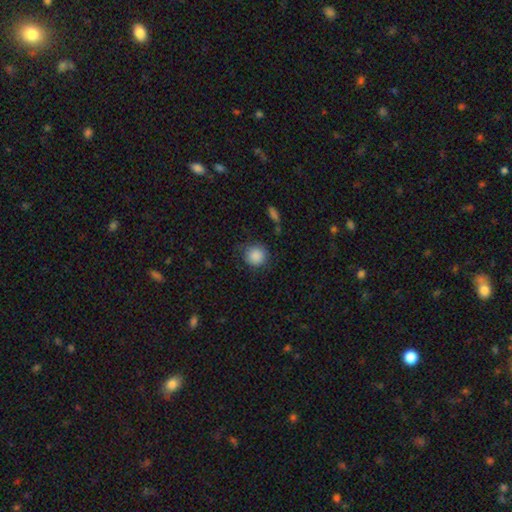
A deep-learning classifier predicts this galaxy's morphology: Q: Smooth or featured?
A: smooth (87%); runner-up: star or artifact (8%)
Q: How rounded?
A: round (91%); runner-up: in between (8%)
Q: Merging?
A: none (71%); runner-up: minor disturbance (21%)